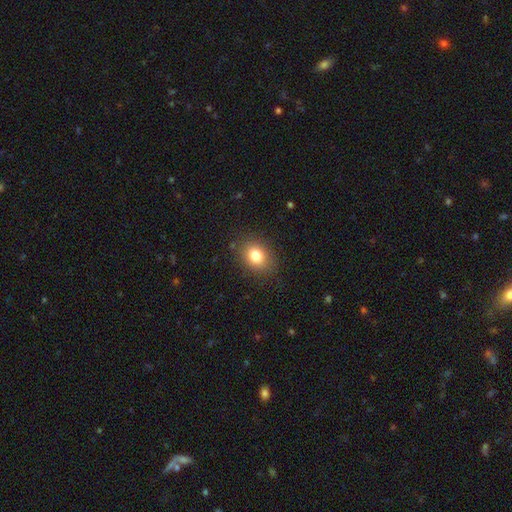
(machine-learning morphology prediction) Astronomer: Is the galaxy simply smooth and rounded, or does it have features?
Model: smooth — 81%.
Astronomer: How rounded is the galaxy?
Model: in between — 55% (runner-up: round, 44%).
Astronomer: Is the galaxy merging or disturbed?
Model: none — 85%.